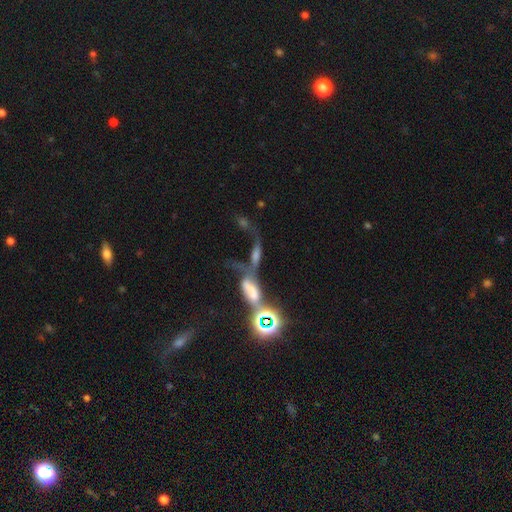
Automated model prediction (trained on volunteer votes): smooth_or_featured: featured or disk (p=0.36) [alt: smooth p=0.33]
merging: merger (p=0.61) [alt: major disturbance p=0.18]